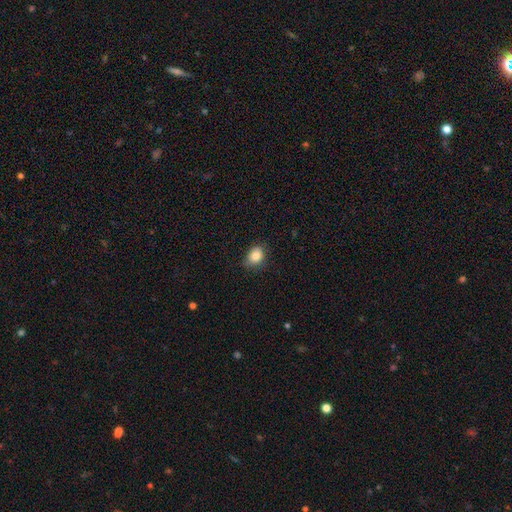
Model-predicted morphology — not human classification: Q: Smooth or featured?
A: smooth (85%); runner-up: star or artifact (9%)
Q: How rounded?
A: in between (55%); runner-up: round (44%)
Q: Merging?
A: none (72%); runner-up: minor disturbance (23%)